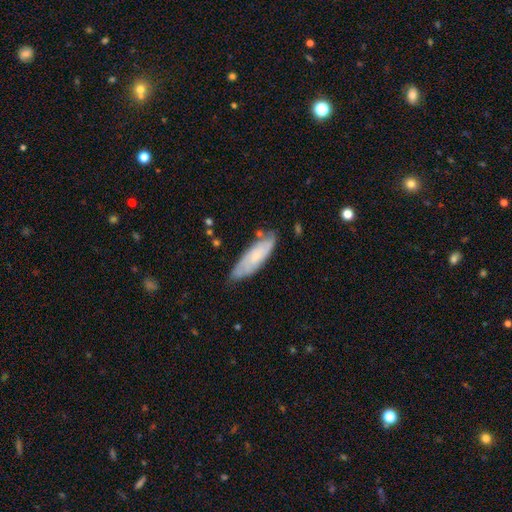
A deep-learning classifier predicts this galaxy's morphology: The model was most divided on "how rounded": cigar-shaped: 50%, in between: 48%, round: 1%. More confident: merging — none (73%); smooth or featured — smooth (56%).